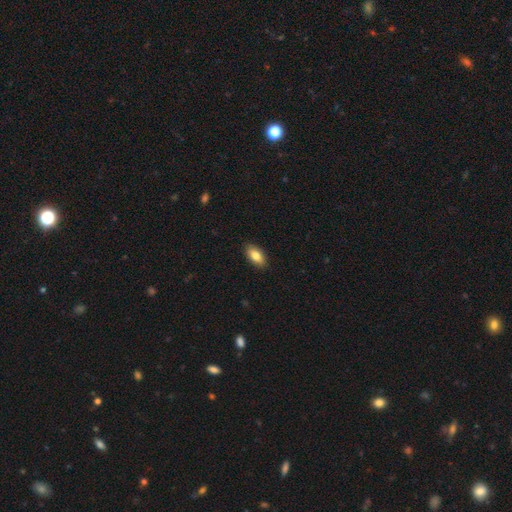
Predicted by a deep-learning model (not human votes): smooth_or_featured: smooth (p=0.83) [alt: featured or disk p=0.10]
how_rounded: in between (p=0.92) [alt: cigar-shaped p=0.05]
merging: none (p=0.89) [alt: minor disturbance p=0.08]